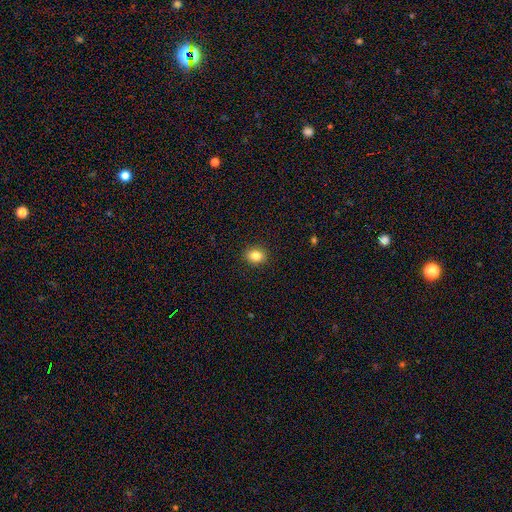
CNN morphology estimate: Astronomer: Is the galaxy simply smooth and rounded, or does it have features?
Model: smooth — 84%.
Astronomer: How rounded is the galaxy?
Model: round — 55% (runner-up: in between, 44%).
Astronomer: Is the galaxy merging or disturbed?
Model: none — 91%.